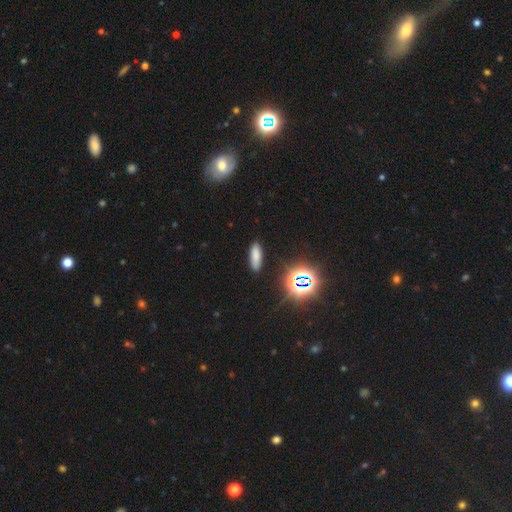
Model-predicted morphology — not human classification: A smooth galaxy with no disk features (72%) that is in between round and cigar-shaped (51%). Merging: none (87%).